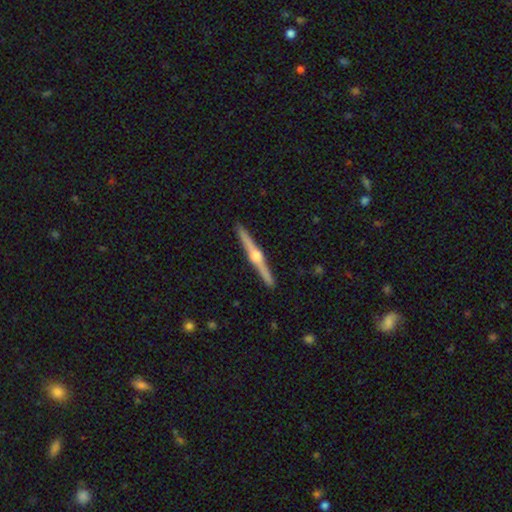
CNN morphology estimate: Q: Smooth or featured?
A: featured or disk (84%); runner-up: smooth (11%)
Q: Edge-on disk?
A: yes (99%); runner-up: no (1%)
Q: Edge-on bulge?
A: rounded (95%); runner-up: boxy (3%)
Q: Merging?
A: none (93%); runner-up: minor disturbance (5%)